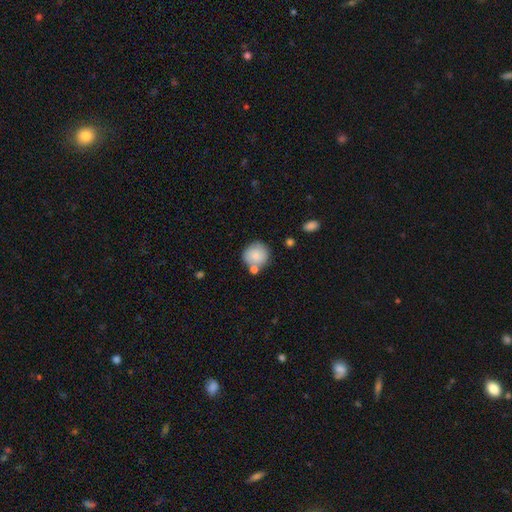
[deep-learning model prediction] A smooth galaxy with no disk features (83%) that is round (89%).

Vote fractions:
- Smooth or featured? smooth: 83% / featured or disk: 9% / star or artifact: 7%
- How rounded? round: 89% / in between: 10% / cigar-shaped: 1%
- Merging? none: 69% / merger: 14% / minor disturbance: 13% / major disturbance: 4%